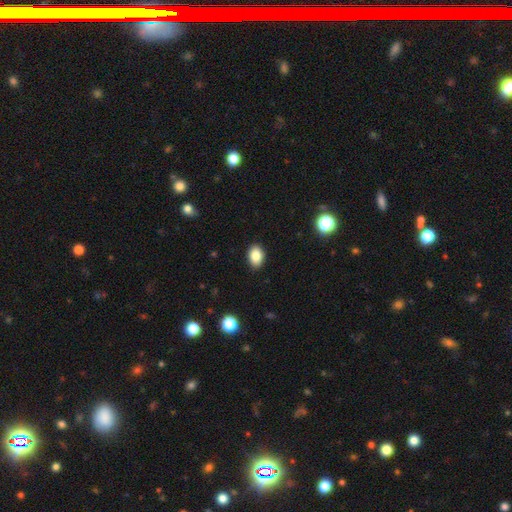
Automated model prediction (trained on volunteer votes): smooth_or_featured: smooth (p=0.86) [alt: star or artifact p=0.09]
how_rounded: in between (p=0.82) [alt: round p=0.17]
merging: none (p=0.89) [alt: minor disturbance p=0.08]